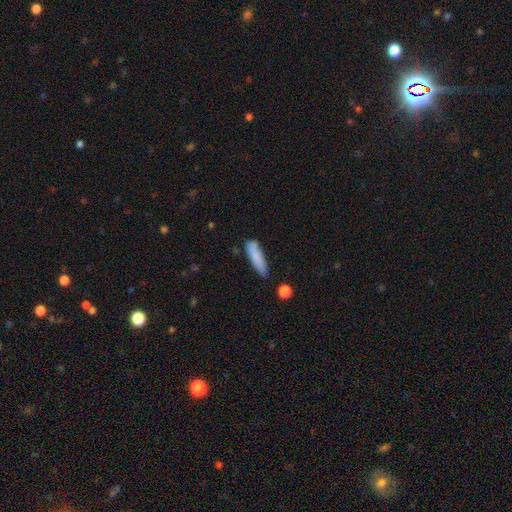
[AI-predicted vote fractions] Smooth or featured? Predicted: smooth (p=0.84). How rounded? Predicted: cigar-shaped (p=0.72). Merging? Predicted: none (p=0.70).